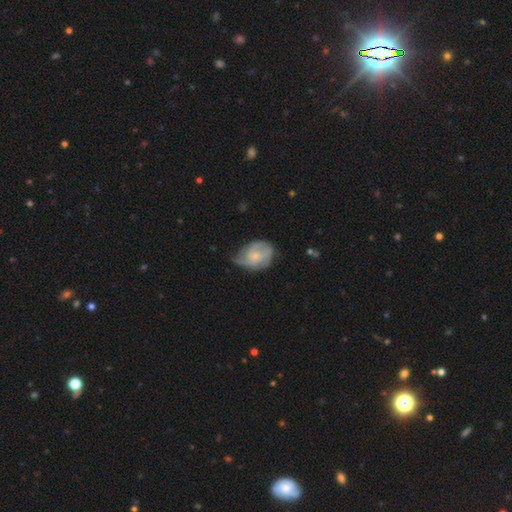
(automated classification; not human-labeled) Smooth or featured? featured or disk (64%)
Edge-on disk? no (97%)
Bar? no (69%)
Spiral arms? yes (85%)
Spiral winding? tight (41%, tied with medium)
Spiral arm count? can't tell (30%)
Bulge size? small (50%)
Merging? none (46%)